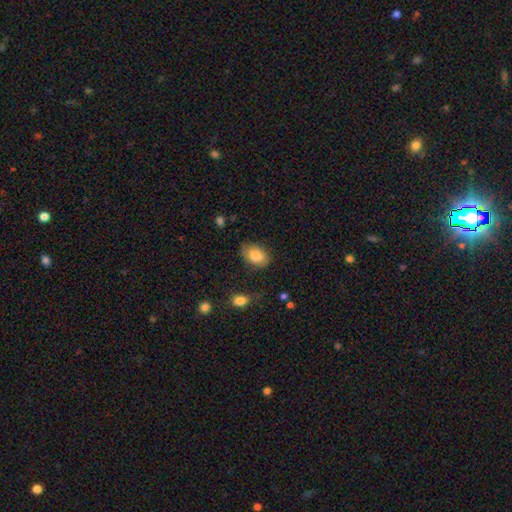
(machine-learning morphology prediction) Smooth or featured: smooth — 80% (featured or disk — 13%)
How rounded: in between — 84% (round — 15%)
Merging: none — 69% (minor disturbance — 23%)